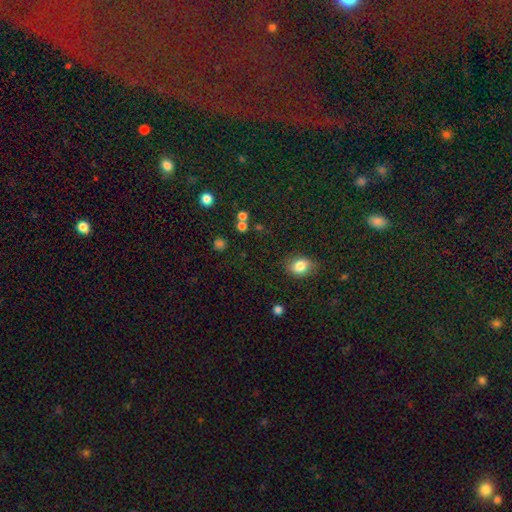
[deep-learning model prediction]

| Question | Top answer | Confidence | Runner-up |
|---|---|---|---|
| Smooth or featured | smooth | 54% | star or artifact (38%) |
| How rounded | round | 59% | in between (38%) |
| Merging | none | 85% | minor disturbance (8%) |